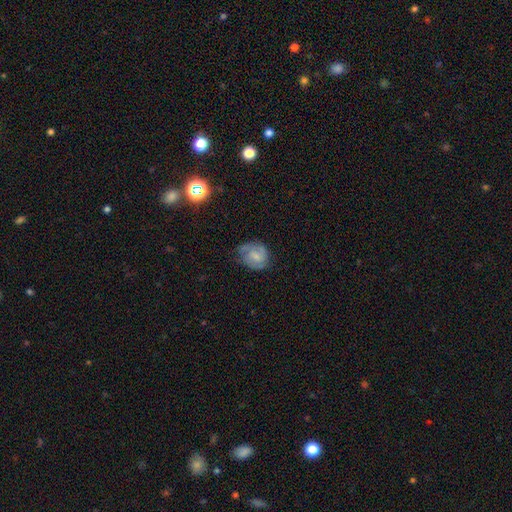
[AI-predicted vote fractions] Smooth or featured: featured or disk — 48% (smooth — 44%)
Merging: none — 57% (minor disturbance — 30%)